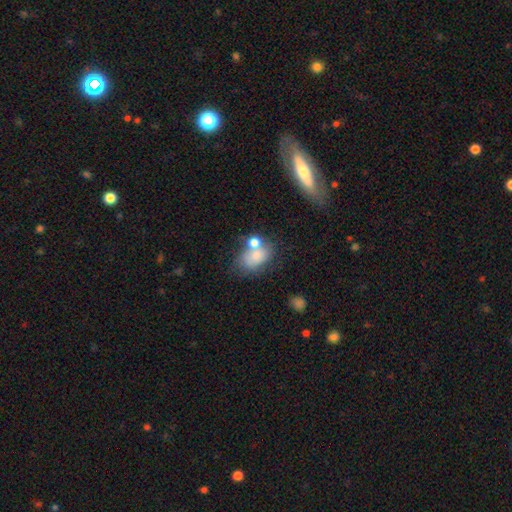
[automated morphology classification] Overall: smooth (72%). How rounded: in between (76%). Merging: none (35%, tied with merger).